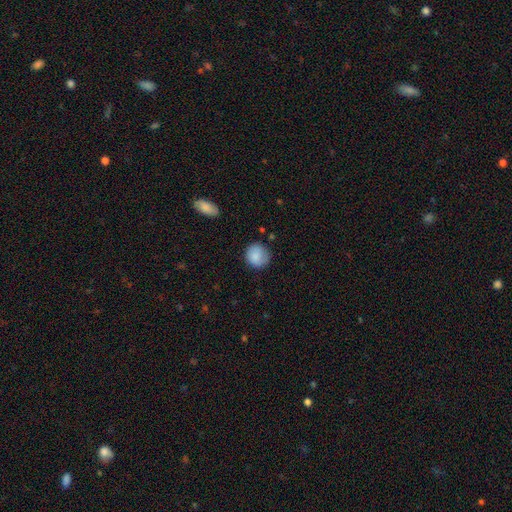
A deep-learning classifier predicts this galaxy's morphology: A smooth galaxy with no disk features (85%) that is round (89%).

Vote fractions:
- Smooth or featured? smooth: 85% / featured or disk: 8% / star or artifact: 7%
- How rounded? round: 89% / in between: 10% / cigar-shaped: 1%
- Merging? none: 78% / minor disturbance: 17% / major disturbance: 4% / merger: 2%